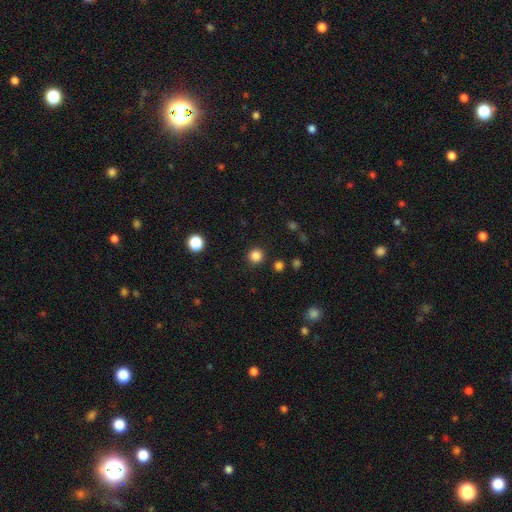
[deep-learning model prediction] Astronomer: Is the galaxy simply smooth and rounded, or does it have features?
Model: smooth — 85%.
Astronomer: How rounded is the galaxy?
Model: round — 95%.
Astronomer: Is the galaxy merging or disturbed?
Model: none — 91%.